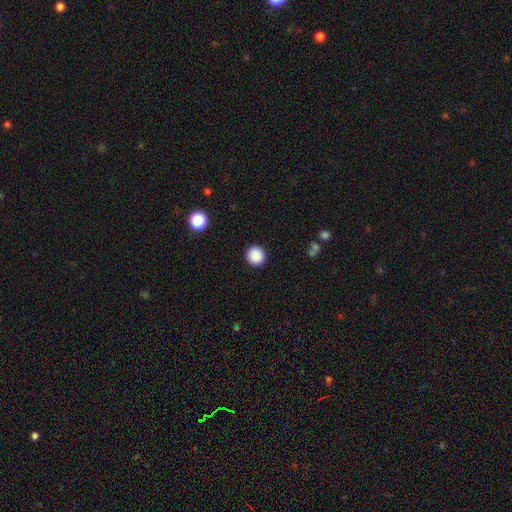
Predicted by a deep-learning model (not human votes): smooth_or_featured: smooth (p=0.88) [alt: star or artifact p=0.09]
how_rounded: round (p=0.93) [alt: in between p=0.06]
merging: none (p=0.92) [alt: minor disturbance p=0.05]